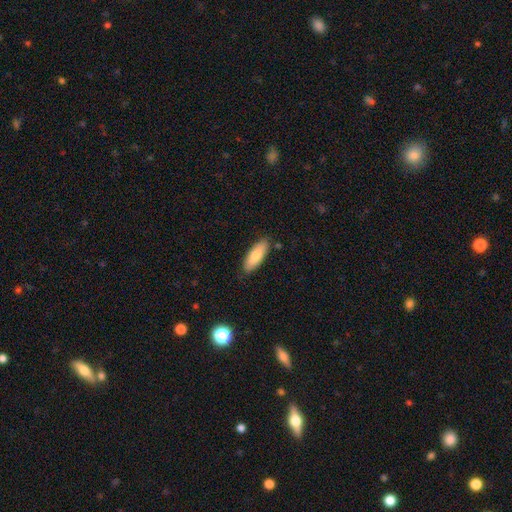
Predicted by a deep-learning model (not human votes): smooth 79%, featured or disk 15%, star or artifact 6%. Down the decision tree: how rounded — in between (68%); merging — none (84%).